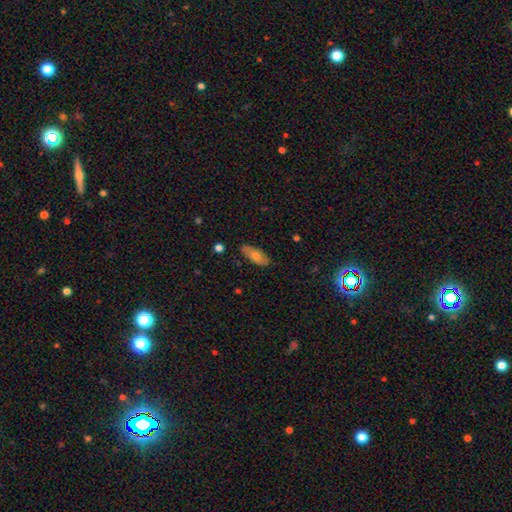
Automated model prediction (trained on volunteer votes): Smooth or featured: smooth — 62% (featured or disk — 31%)
How rounded: in between — 78% (cigar-shaped — 19%)
Merging: none — 83% (minor disturbance — 13%)